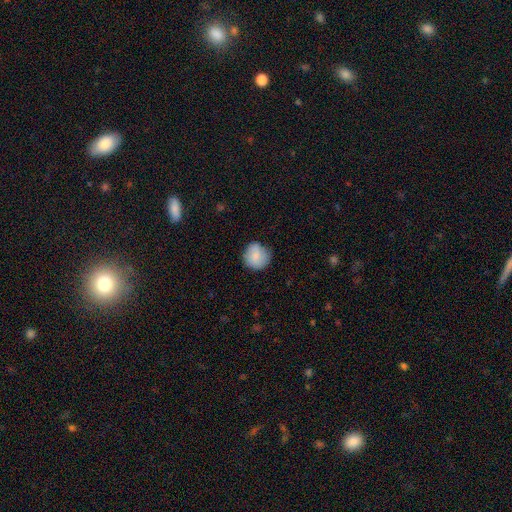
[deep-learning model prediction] smooth 84%, featured or disk 9%, star or artifact 7%. Down the decision tree: how rounded — round (91%); merging — none (78%).